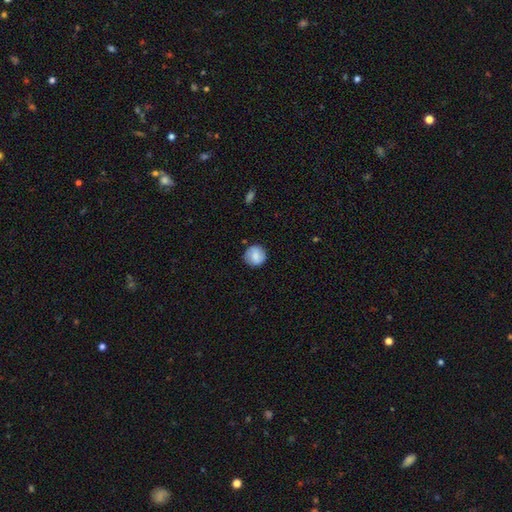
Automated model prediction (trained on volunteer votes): Morphology: type=smooth (75%); roundness=round (92%); merging=none (84%).